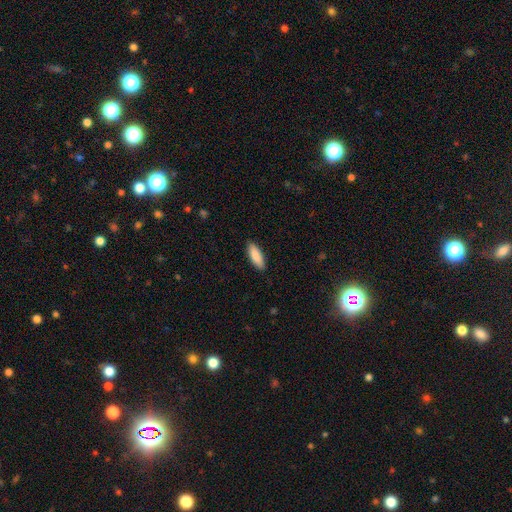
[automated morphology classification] type=smooth (89%); roundness=in between (61%); merging=none (89%).